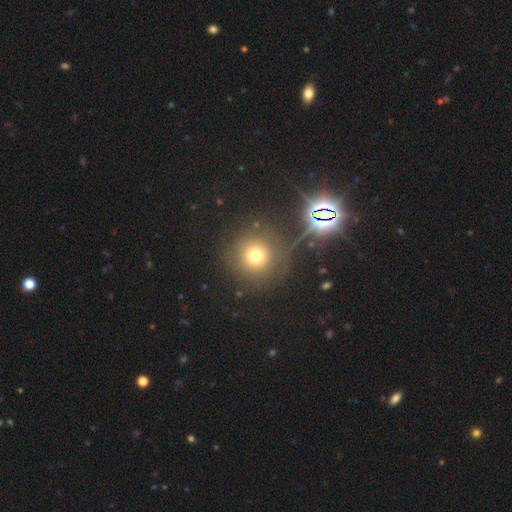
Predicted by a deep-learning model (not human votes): Q: Smooth or featured?
A: smooth (69%); runner-up: star or artifact (22%)
Q: How rounded?
A: round (94%); runner-up: in between (5%)
Q: Merging?
A: none (84%); runner-up: minor disturbance (8%)